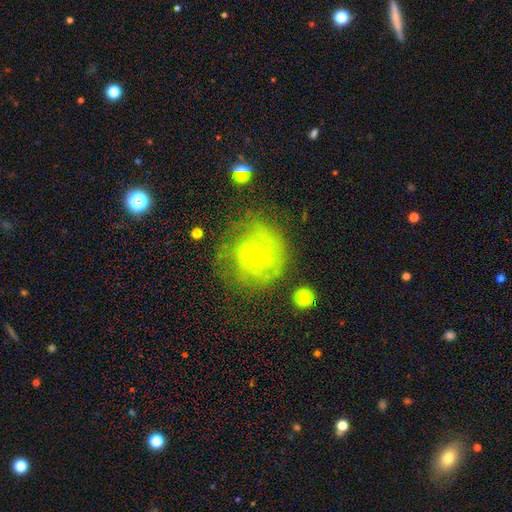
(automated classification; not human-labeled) Morphology: type=featured or disk (78%); edge-on=no (98%); bar=no (71%); spiral arms=yes (91%); winding=tight (61%); arm count=can't tell (34%); bulge=small (81%); merging=none (67%).